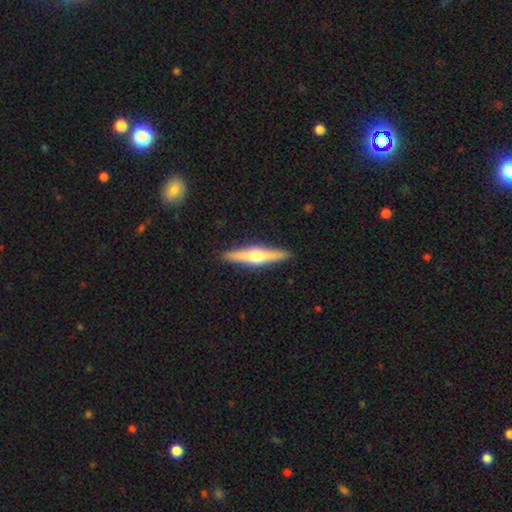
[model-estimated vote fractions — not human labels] Morphology: type=featured or disk (63%); edge-on=yes (96%); edge-on bulge=rounded (94%); merging=none (91%).